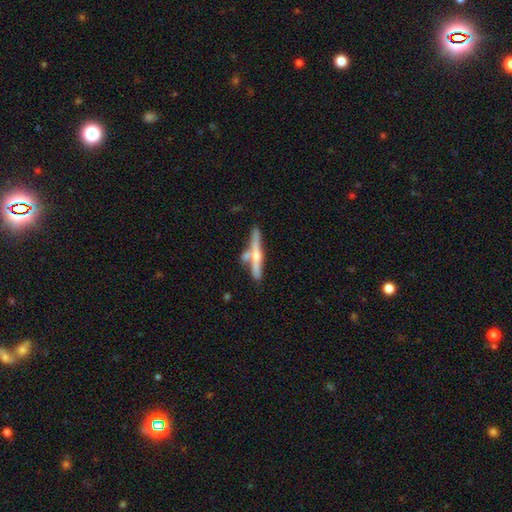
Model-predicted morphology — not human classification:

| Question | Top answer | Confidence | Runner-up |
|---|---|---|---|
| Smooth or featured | featured or disk | 62% | smooth (32%) |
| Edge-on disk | yes | 94% | no (6%) |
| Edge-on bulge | rounded | 83% | none (12%) |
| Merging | none | 60% | merger (23%) |